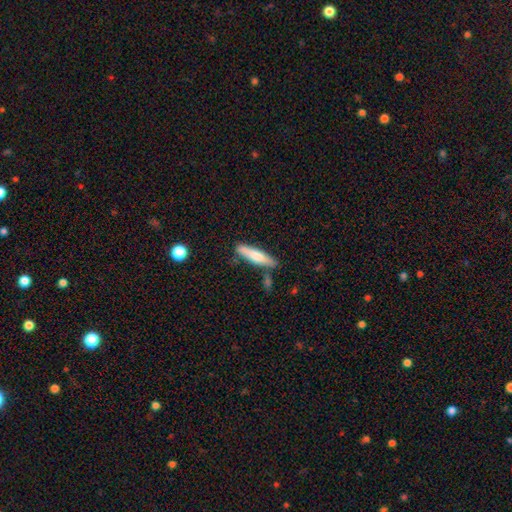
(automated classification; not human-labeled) This is likely a smooth galaxy (68%). How rounded: likely cigar-shaped (80%). Merging: likely none (74%).